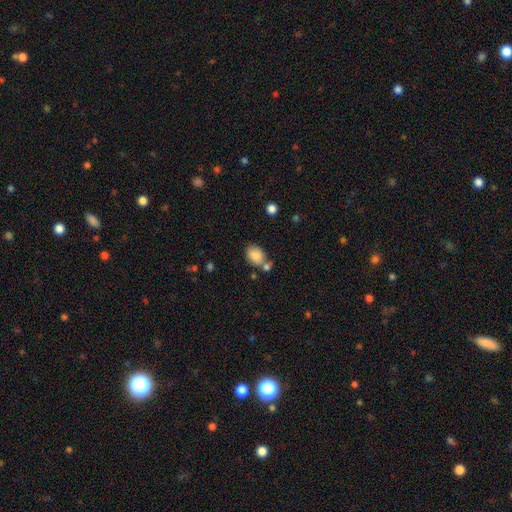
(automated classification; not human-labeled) Smooth or featured? smooth (85%)
How rounded? in between (71%)
Merging? none (57%)